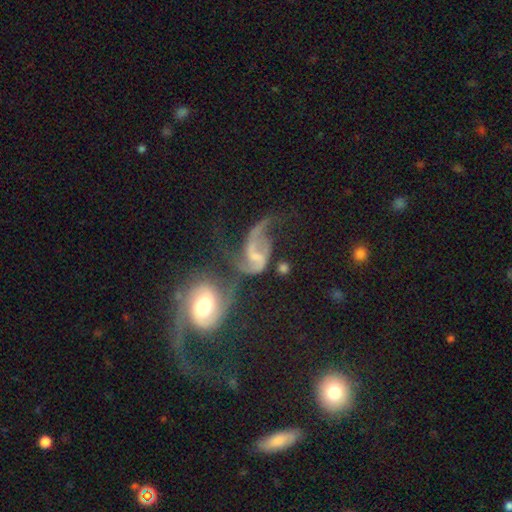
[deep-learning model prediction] This is likely a featured or disk galaxy (79%). It is clearly not viewed edge-on (97%). Bar: possibly weak (45%). Spiral arm pattern: clearly yes (88%). Spiral arm count: likely 2 (77%). Spiral winding: likely loose (72%). Central bulge: marginally small (43%). Merging: marginally merger (38%).